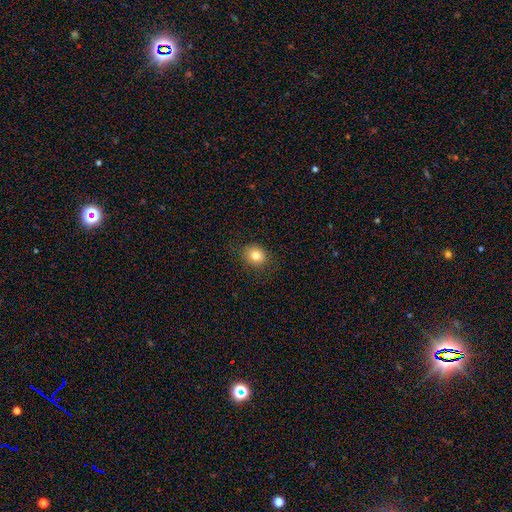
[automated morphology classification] This appears to be a smooth galaxy with no disk features (81%) that is round (68%). Merging: none (86%).